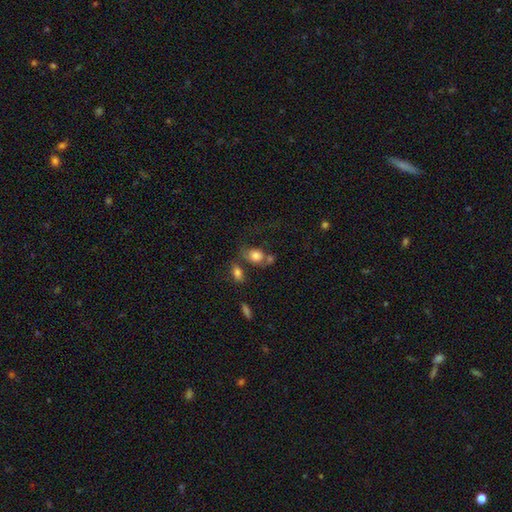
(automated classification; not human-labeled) The model was most divided on "merging": none: 43%, merger: 28%, minor disturbance: 18%, major disturbance: 11%. More confident: smooth or featured — smooth (79%); how rounded — in between (61%).